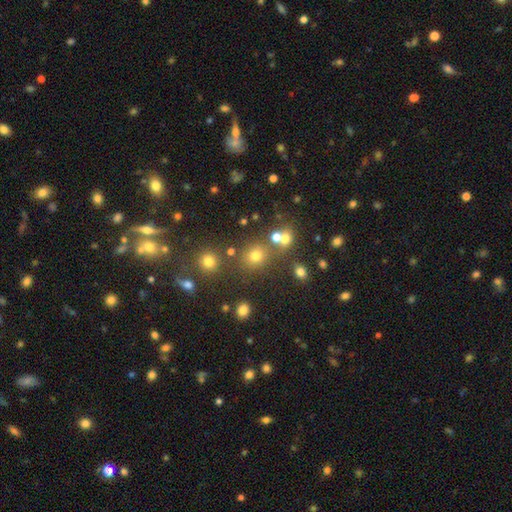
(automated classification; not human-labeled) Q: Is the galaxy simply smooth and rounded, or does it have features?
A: smooth — 63%.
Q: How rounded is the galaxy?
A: round — 82%.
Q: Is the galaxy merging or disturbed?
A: none — 73%.